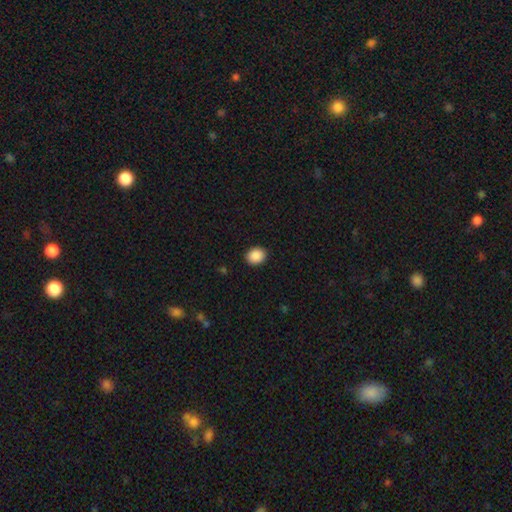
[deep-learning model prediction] A smooth galaxy with no disk features (89%) that is round (55%).

Vote fractions:
- Smooth or featured? smooth: 89% / star or artifact: 8% / featured or disk: 3%
- How rounded? round: 55% / in between: 45% / cigar-shaped: 1%
- Merging? none: 91% / minor disturbance: 6% / major disturbance: 2% / merger: 1%